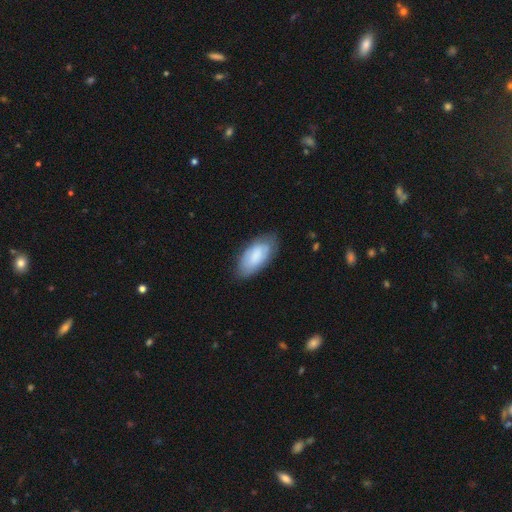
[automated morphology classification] Smooth or featured?
  - smooth: 72% *
  - featured or disk: 22%
  - star or artifact: 6%
How rounded?
  - in between: 93% *
  - cigar-shaped: 5%
  - round: 2%
Merging?
  - none: 72% *
  - minor disturbance: 21%
  - major disturbance: 5%
  - merger: 1%